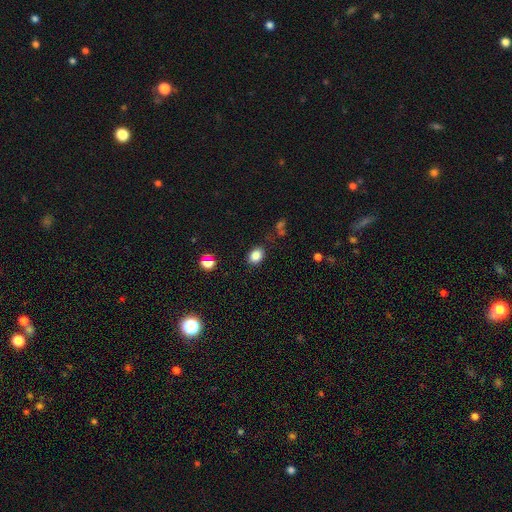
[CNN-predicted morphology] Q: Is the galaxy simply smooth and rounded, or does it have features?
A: smooth — 84%.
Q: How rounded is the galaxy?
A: in between — 66%.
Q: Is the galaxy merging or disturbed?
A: none — 83%.